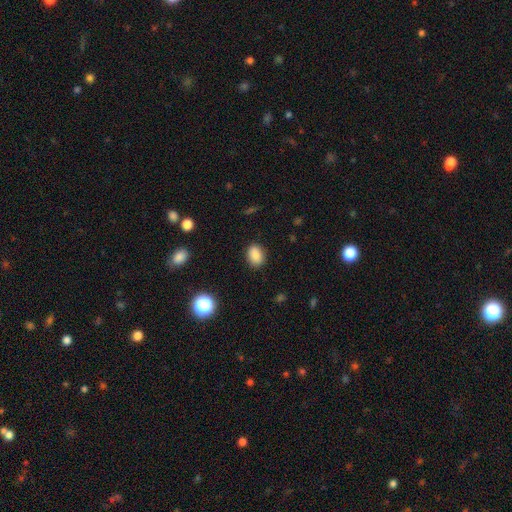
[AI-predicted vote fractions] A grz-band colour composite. It shows a smooth galaxy with no disk features (86%) that is in between round and cigar-shaped (70%). Merging: none (87%).